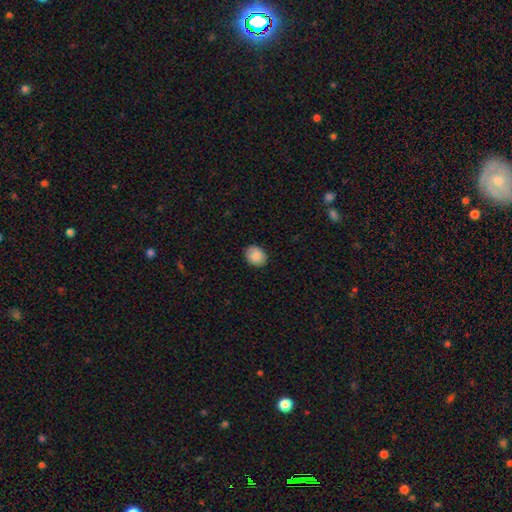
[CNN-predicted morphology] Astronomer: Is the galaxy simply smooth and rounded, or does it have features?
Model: smooth — 87%.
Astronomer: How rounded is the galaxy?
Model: in between — 51% (runner-up: round, 48%).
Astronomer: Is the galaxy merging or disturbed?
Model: none — 87%.